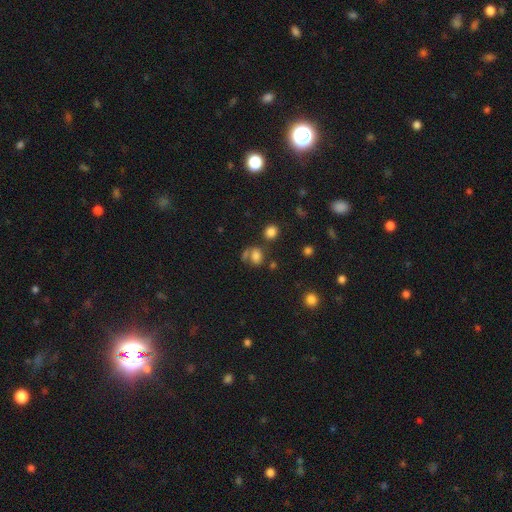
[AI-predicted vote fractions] Smooth or featured: smooth — 69% (star or artifact — 17%)
How rounded: in between — 58% (round — 40%)
Merging: none — 43% (merger — 26%)